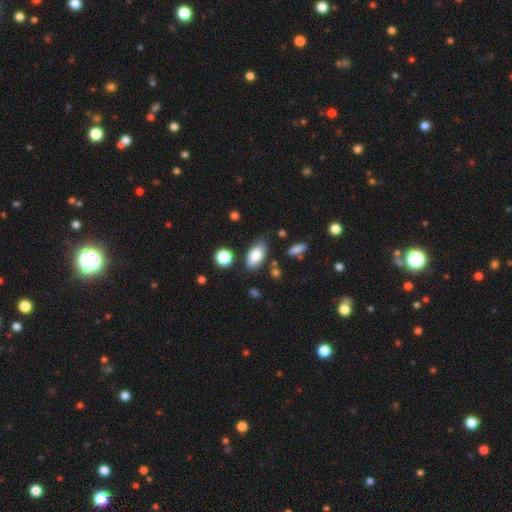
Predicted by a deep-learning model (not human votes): Smooth or featured: smooth — 83% (featured or disk — 9%)
How rounded: in between — 92% (cigar-shaped — 5%)
Merging: none — 71% (minor disturbance — 20%)